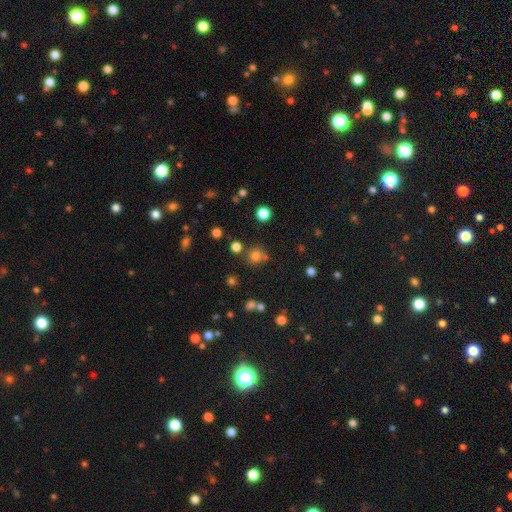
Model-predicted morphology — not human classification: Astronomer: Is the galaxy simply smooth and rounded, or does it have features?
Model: smooth — 73%.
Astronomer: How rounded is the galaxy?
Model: round — 90%.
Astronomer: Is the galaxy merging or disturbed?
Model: none — 73%.